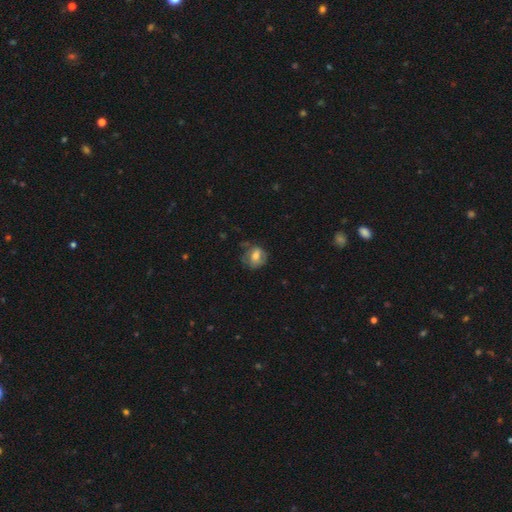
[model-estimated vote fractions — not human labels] smooth-or-featured: smooth: 56% | featured or disk: 35% | star or artifact: 9%
  how-rounded: round: 66% | in between: 33% | cigar-shaped: 1%
  merging: none: 57% | minor disturbance: 27% | major disturbance: 14% | merger: 2%